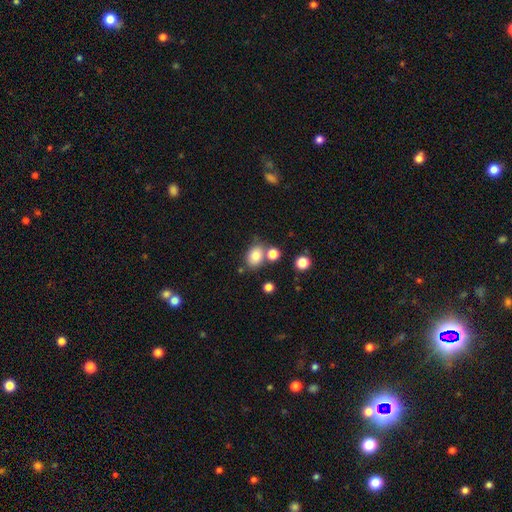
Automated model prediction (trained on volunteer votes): smooth 80%, star or artifact 11%, featured or disk 9%. Down the decision tree: how rounded — in between (58%); merging — none (64%).